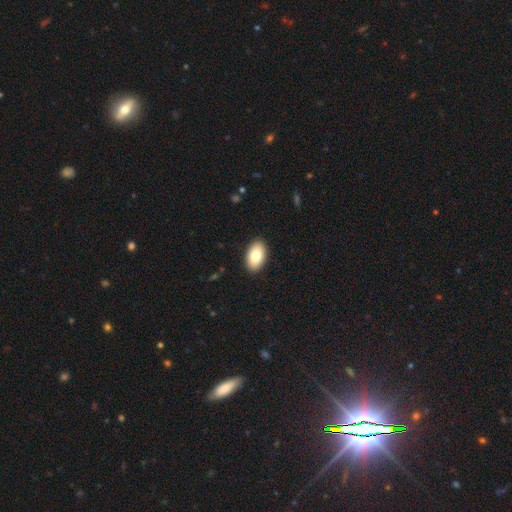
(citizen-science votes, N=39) Smooth or featured: smooth — 85% (featured or disk — 13%)
How rounded: in between — 97% (round — 3%)
Merging: none — 79% (minor disturbance — 16%)